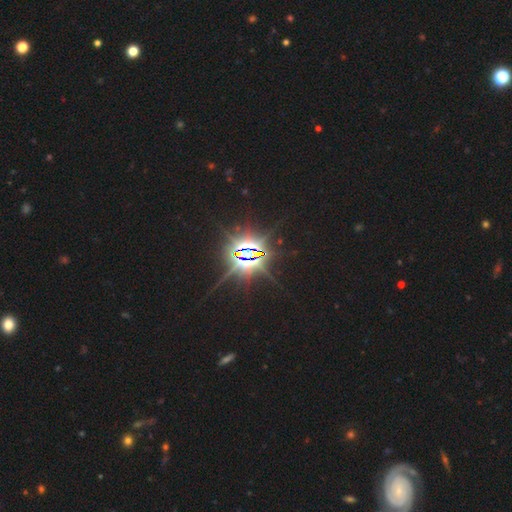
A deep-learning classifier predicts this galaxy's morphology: Q: Smooth or featured?
A: star or artifact (85%); runner-up: featured or disk (10%)